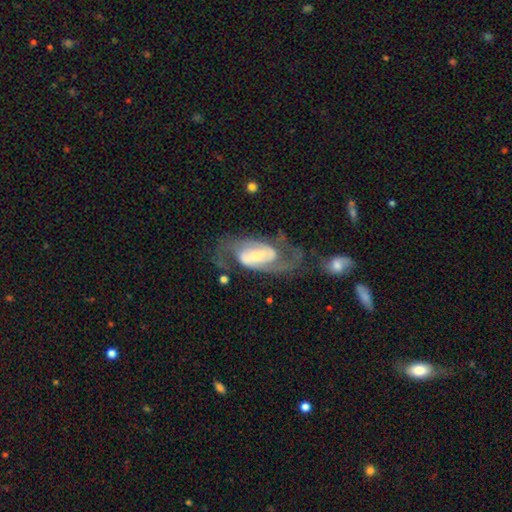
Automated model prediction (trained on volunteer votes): A featured or disk galaxy (87%) with a weak bar (41%), 2 (88%) medium (53%) spiral arms (95%) and a small central bulge (53%).

Vote fractions:
- Smooth or featured? featured or disk: 87% / smooth: 8% / star or artifact: 5%
- Edge-on disk? no: 96% / yes: 4%
- Bar? weak: 41% / strong: 40% / no: 19%
- Spiral arms? yes: 95% / no: 5%
- Spiral winding? medium: 53% / tight: 27% / loose: 20%
- Spiral arm count? 2: 88% / can't tell: 5% / 3: 2% / 1: 2% / 4: 1% / more than 4: 1%
- Bulge size? small: 53% / moderate: 30% / large: 9% / none: 6% / dominant: 2%
- Merging? none: 60% / major disturbance: 17% / minor disturbance: 17% / merger: 6%